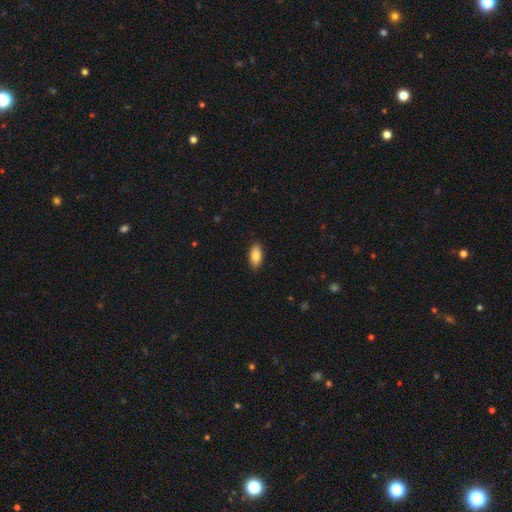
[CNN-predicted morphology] Smooth or featured: smooth — 85% (featured or disk — 9%)
How rounded: in between — 91% (cigar-shaped — 7%)
Merging: none — 88% (minor disturbance — 9%)